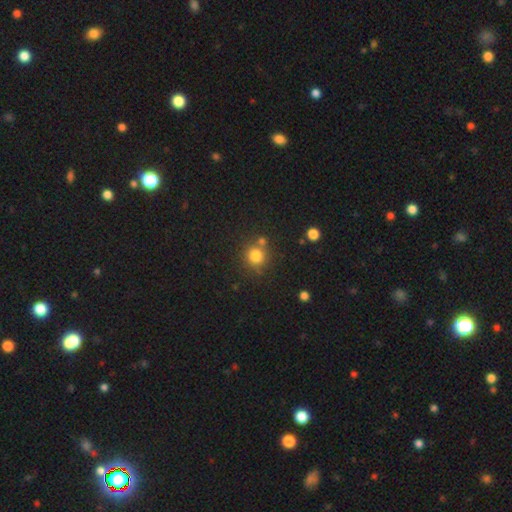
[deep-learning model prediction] Smooth or featured? smooth (80%)
How rounded? round (91%)
Merging? none (74%)